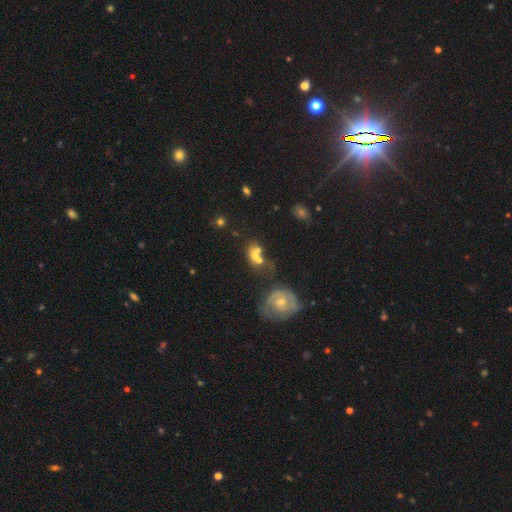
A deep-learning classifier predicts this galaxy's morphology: The model was most divided on "smooth or featured": smooth: 46%, featured or disk: 39%, star or artifact: 15%. Remaining: merging — merger (48%).